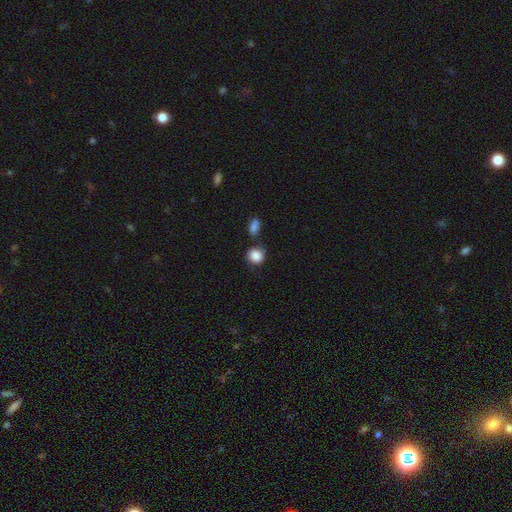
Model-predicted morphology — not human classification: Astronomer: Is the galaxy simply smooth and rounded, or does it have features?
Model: smooth — 87%.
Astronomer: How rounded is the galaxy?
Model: round — 81%.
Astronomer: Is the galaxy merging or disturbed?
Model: none — 64%.